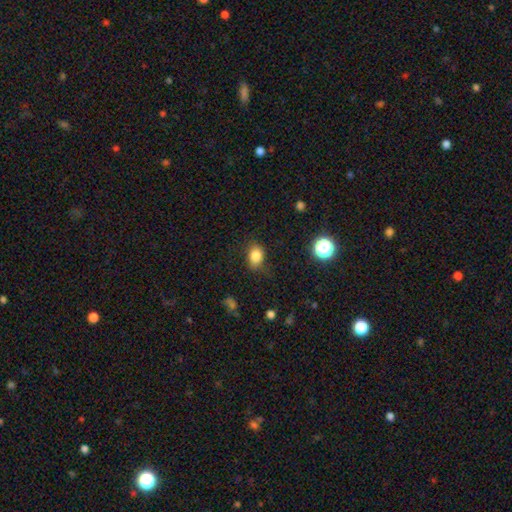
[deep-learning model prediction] This is clearly a smooth galaxy (83%). How rounded: likely in between (69%). Merging: likely none (76%).